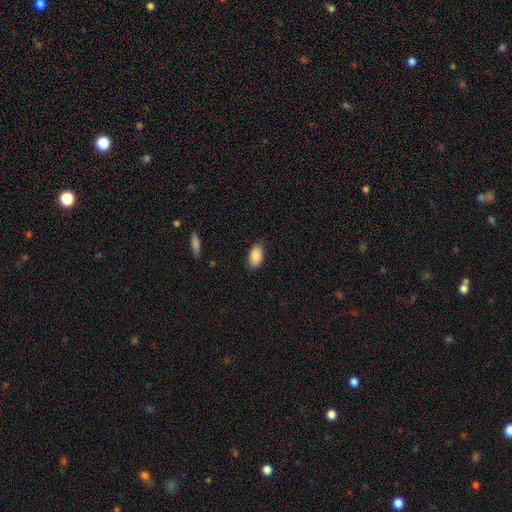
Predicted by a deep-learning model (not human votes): A smooth galaxy with no disk features (89%) that is in between round and cigar-shaped (94%). Merging: none (82%).